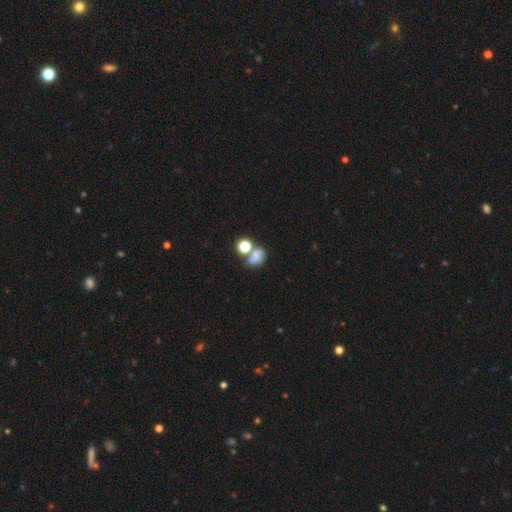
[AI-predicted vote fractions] Smooth or featured? Predicted: smooth (p=0.58). How rounded? Predicted: round (p=0.50). Merging? Predicted: merger (p=0.43).